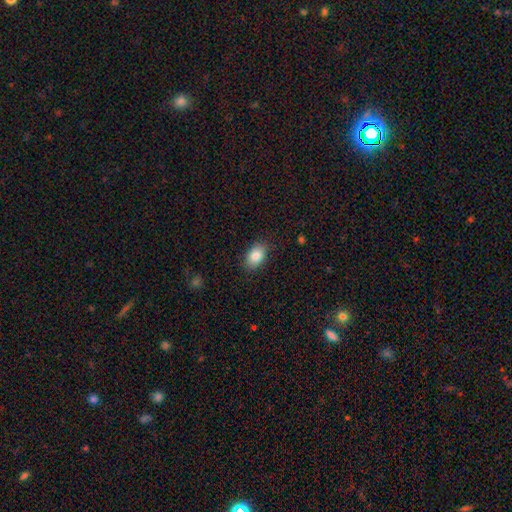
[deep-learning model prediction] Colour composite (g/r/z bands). It shows a smooth galaxy with no disk features (85%) that is in between round and cigar-shaped (88%). Merging: none (86%).